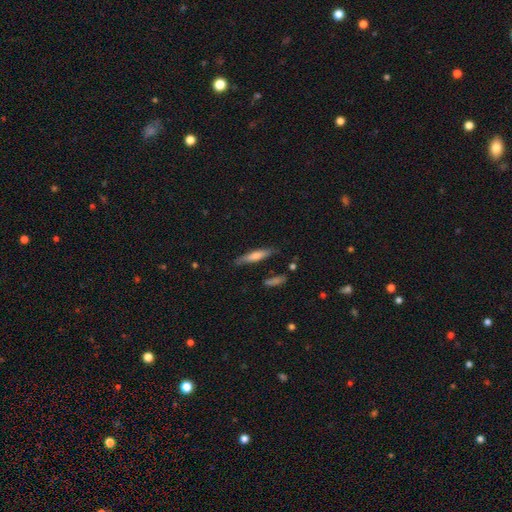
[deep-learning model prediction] Smooth or featured? smooth (54%)
How rounded? cigar-shaped (82%)
Merging? none (78%)